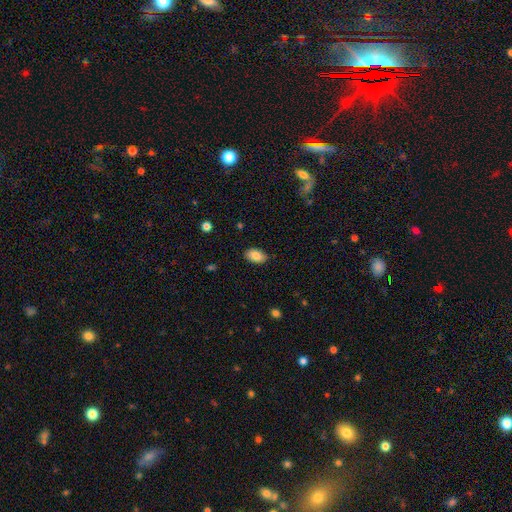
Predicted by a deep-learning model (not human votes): Overall: smooth (85%). How rounded: in between (92%). Merging: none (85%).